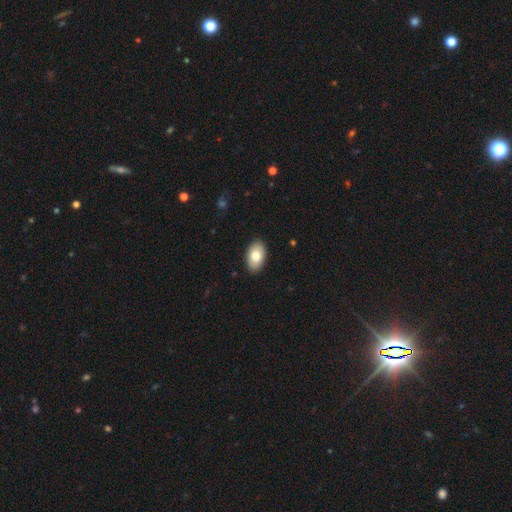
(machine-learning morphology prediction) A smooth galaxy with no disk features (80%) that is in between round and cigar-shaped (94%).

Vote fractions:
- Smooth or featured? smooth: 80% / featured or disk: 14% / star or artifact: 6%
- How rounded? in between: 94% / round: 5% / cigar-shaped: 1%
- Merging? none: 89% / minor disturbance: 8% / major disturbance: 2% / merger: 1%